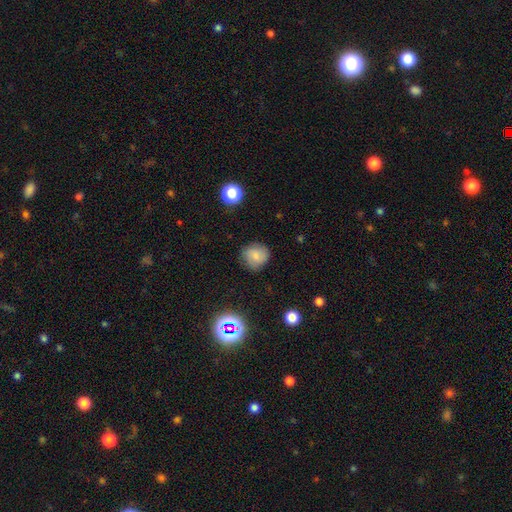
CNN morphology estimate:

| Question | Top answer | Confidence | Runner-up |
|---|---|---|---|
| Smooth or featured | smooth | 70% | featured or disk (18%) |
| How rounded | round | 87% | in between (12%) |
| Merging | none | 79% | minor disturbance (16%) |